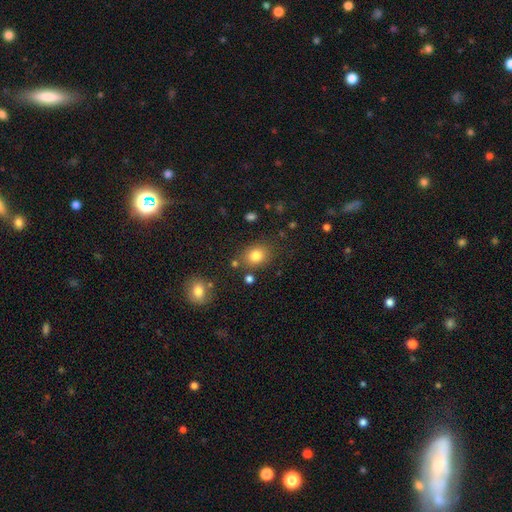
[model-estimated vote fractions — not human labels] Q: Smooth or featured?
A: smooth (81%); runner-up: star or artifact (12%)
Q: How rounded?
A: round (53%); runner-up: in between (46%)
Q: Merging?
A: none (79%); runner-up: minor disturbance (11%)